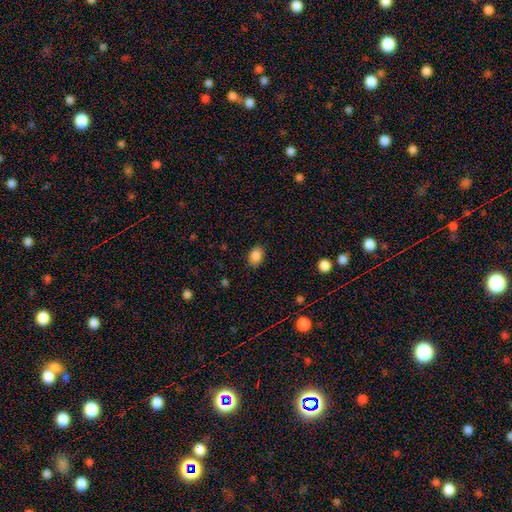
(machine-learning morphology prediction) Overall: smooth (87%). How rounded: in between (75%). Merging: none (85%).